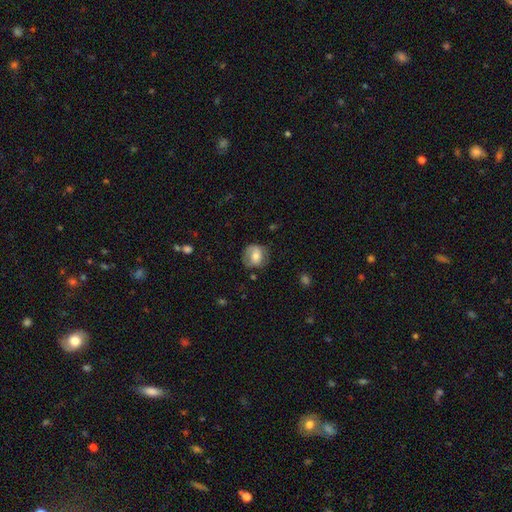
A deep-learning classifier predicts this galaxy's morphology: This appears to be a smooth galaxy with no disk features (65%) that is round (77%). Merging: none (66%).